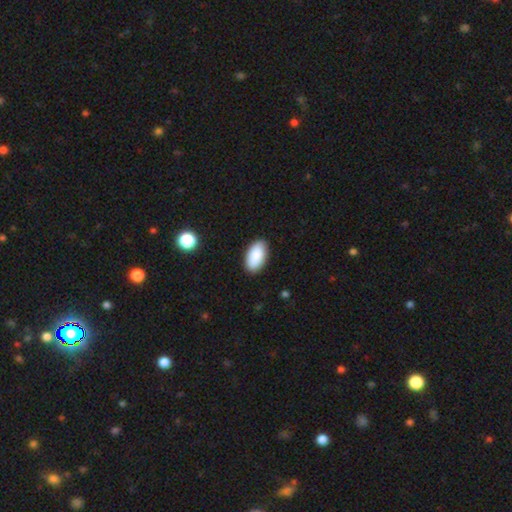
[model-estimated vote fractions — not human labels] Smooth or featured? smooth (89%)
How rounded? in between (95%)
Merging? none (88%)